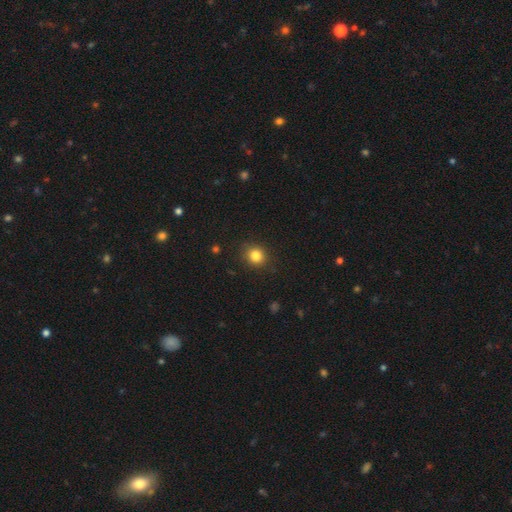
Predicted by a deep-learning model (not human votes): Smooth or featured: smooth — 83% (star or artifact — 12%)
How rounded: round — 84% (in between — 15%)
Merging: none — 88% (minor disturbance — 8%)